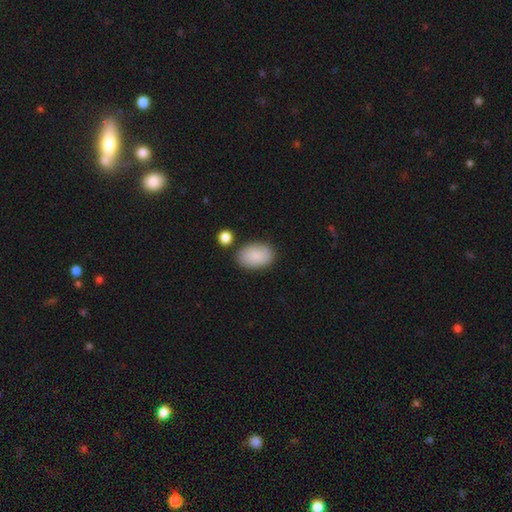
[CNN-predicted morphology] Overall: smooth (87%). How rounded: in between (90%). Merging: none (80%).